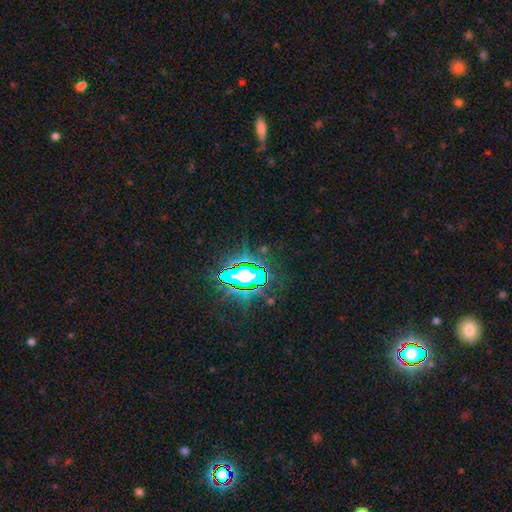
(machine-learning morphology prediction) type=star or artifact (77%).